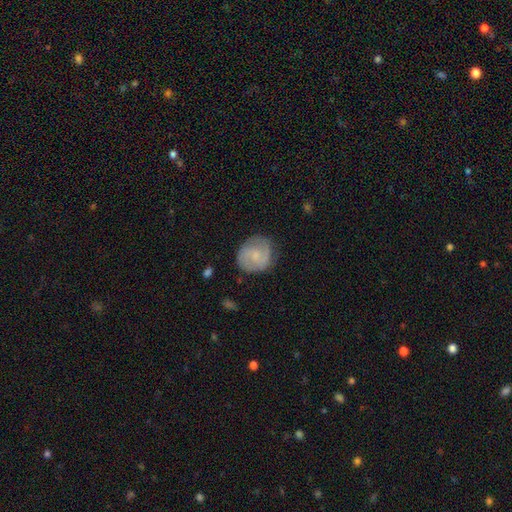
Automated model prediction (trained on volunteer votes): A featured or disk galaxy (58%) with no bar (54%), spiral arms (89%) and a small central bulge (56%).

Vote fractions:
- Smooth or featured? featured or disk: 58% / smooth: 36% / star or artifact: 6%
- Edge-on disk? no: 98% / yes: 2%
- Bar? no: 54% / weak: 40% / strong: 6%
- Spiral arms? yes: 89% / no: 11%
- Bulge size? small: 56% / moderate: 24% / none: 17% / large: 2% / dominant: 1%
- Merging? none: 78% / minor disturbance: 16% / major disturbance: 5% / merger: 1%